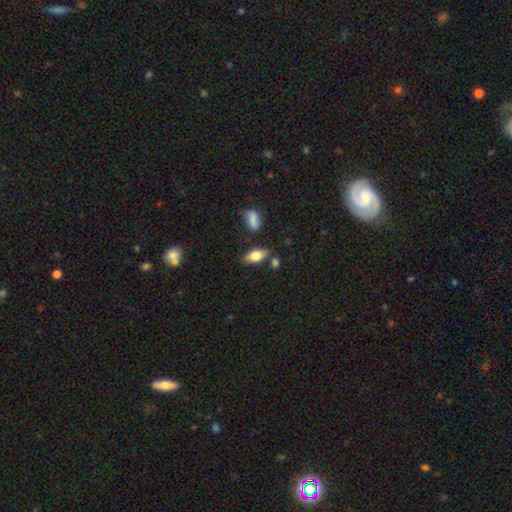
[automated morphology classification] Smooth or featured: smooth — 79% (featured or disk — 14%)
How rounded: in between — 89% (cigar-shaped — 7%)
Merging: none — 74% (minor disturbance — 16%)